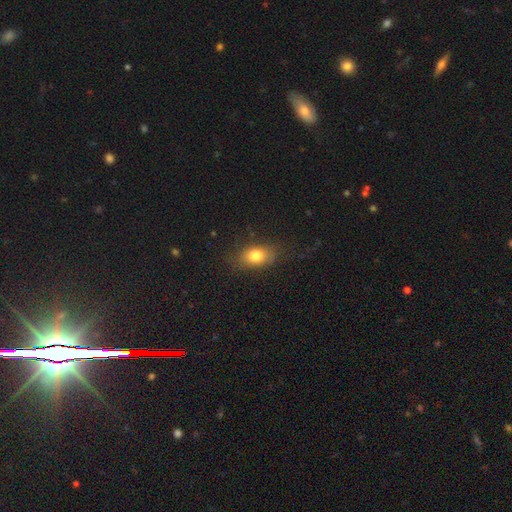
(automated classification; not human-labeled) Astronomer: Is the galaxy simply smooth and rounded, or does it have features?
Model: smooth — 79%.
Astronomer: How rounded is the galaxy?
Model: in between — 80%.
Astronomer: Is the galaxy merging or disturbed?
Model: none — 75%.